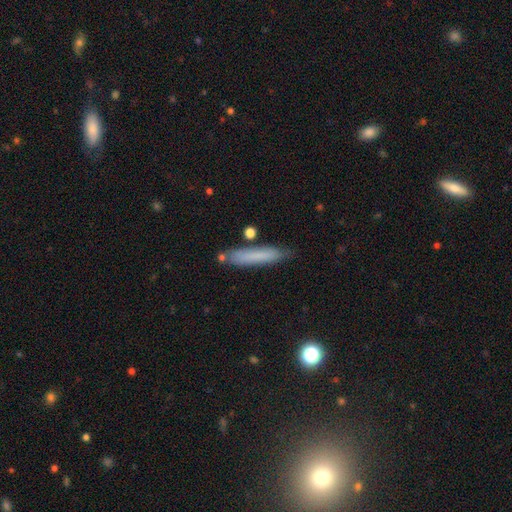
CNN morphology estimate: type=smooth (74%); roundness=cigar-shaped (91%); merging=none (78%).